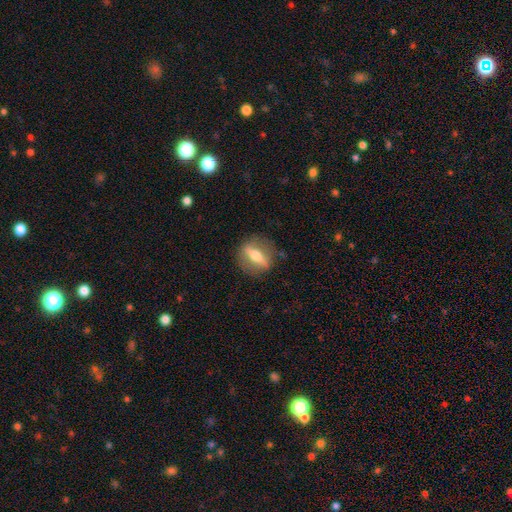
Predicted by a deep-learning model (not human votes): The model was most divided on "edge-on disk" (2-way tie): no: 50%, yes: 50%. More confident: merging — none (83%); smooth or featured — featured or disk (59%).